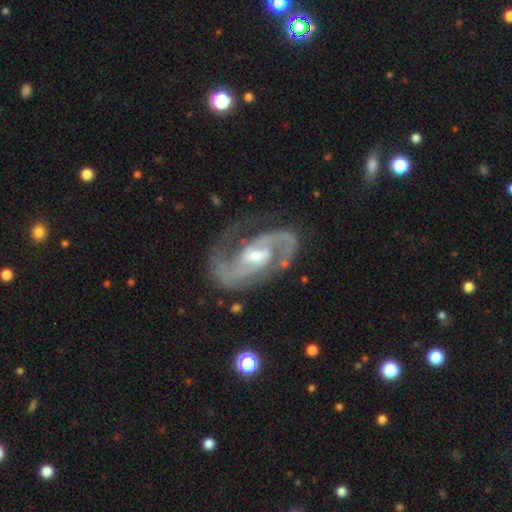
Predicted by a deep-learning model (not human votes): Smooth or featured? featured or disk (93%)
Edge-on disk? no (98%)
Bar? weak (48%)
Spiral arms? yes (98%)
Spiral winding? medium (61%)
Spiral arm count? 2 (92%)
Bulge size? moderate (48%)
Merging? none (74%)